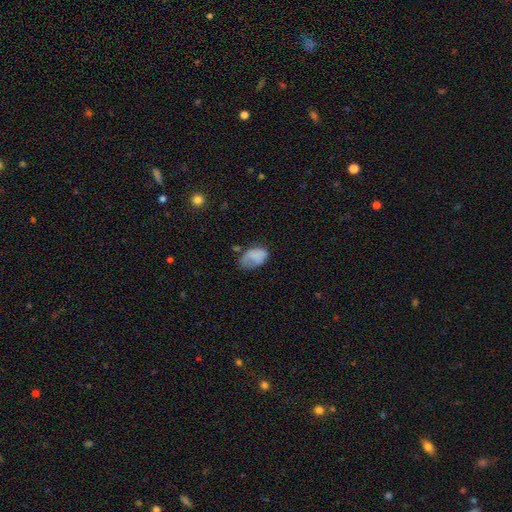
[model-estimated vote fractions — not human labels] Smooth or featured? smooth (77%)
How rounded? in between (89%)
Merging? none (40%)